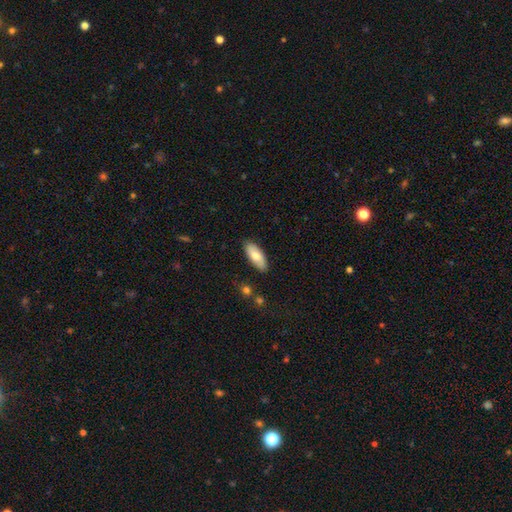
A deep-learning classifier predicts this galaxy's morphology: Smooth or featured: smooth — 75% (featured or disk — 19%)
How rounded: in between — 81% (cigar-shaped — 17%)
Merging: none — 86% (minor disturbance — 11%)